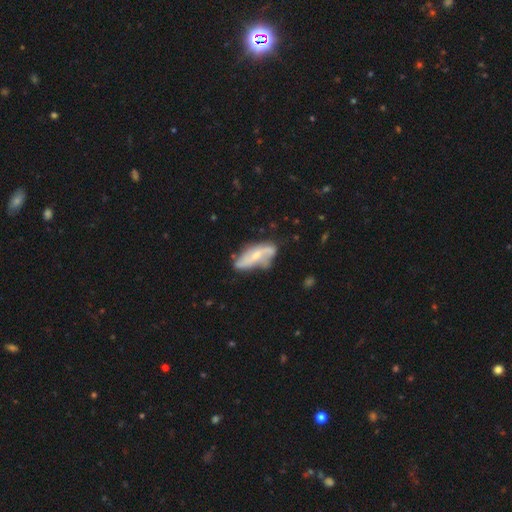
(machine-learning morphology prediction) This is likely a featured or disk galaxy (66%). It is clearly not viewed edge-on (84%). Bar: possibly no (48%). Spiral arm pattern: likely yes (78%). Central bulge: possibly small (55%). Merging: possibly none (51%).